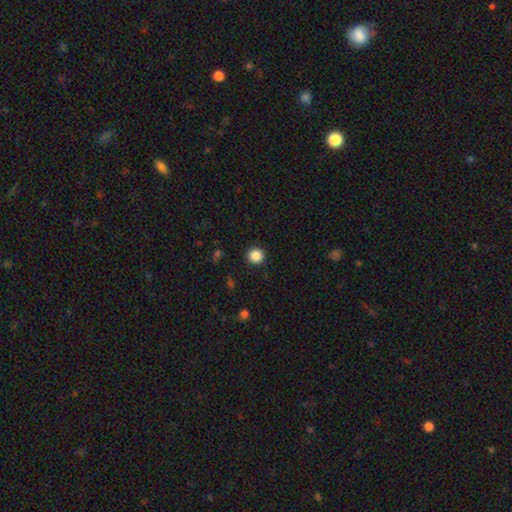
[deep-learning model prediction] Smooth or featured: smooth — 87% (star or artifact — 10%)
How rounded: round — 95% (in between — 4%)
Merging: none — 92% (minor disturbance — 5%)